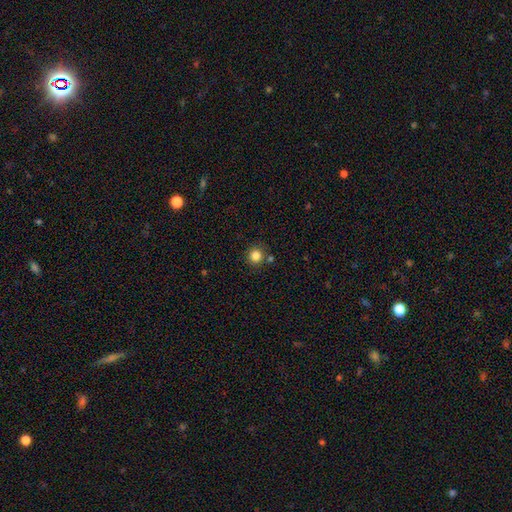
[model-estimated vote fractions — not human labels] smooth 84%, star or artifact 12%, featured or disk 5%. Down the decision tree: how rounded — round (93%); merging — none (82%).